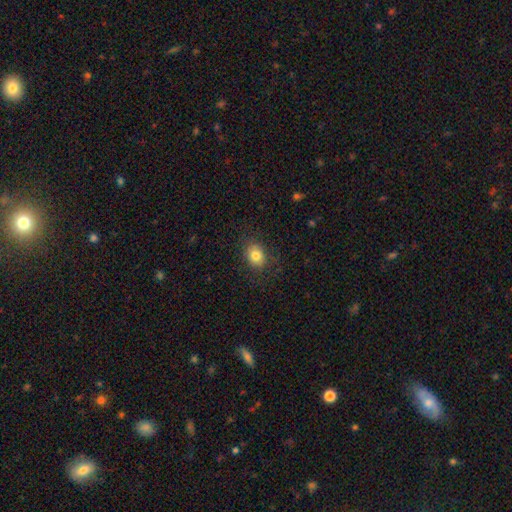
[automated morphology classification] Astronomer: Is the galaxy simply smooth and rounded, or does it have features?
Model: smooth — 80%.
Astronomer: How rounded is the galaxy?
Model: round — 51% (runner-up: in between, 48%).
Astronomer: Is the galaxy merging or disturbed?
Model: none — 82%.